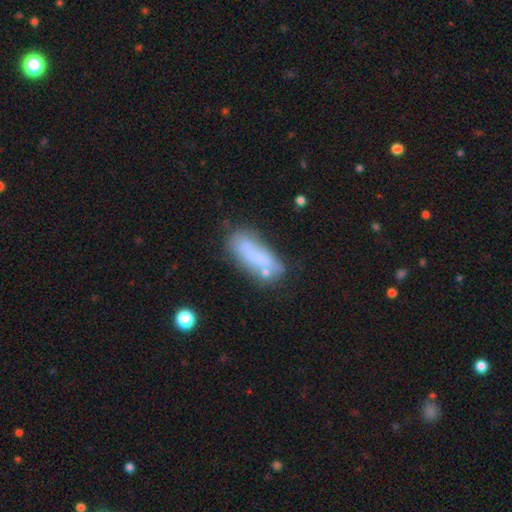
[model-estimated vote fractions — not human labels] Morphology: type=smooth (61%); roundness=in between (68%); merging=none (46%).